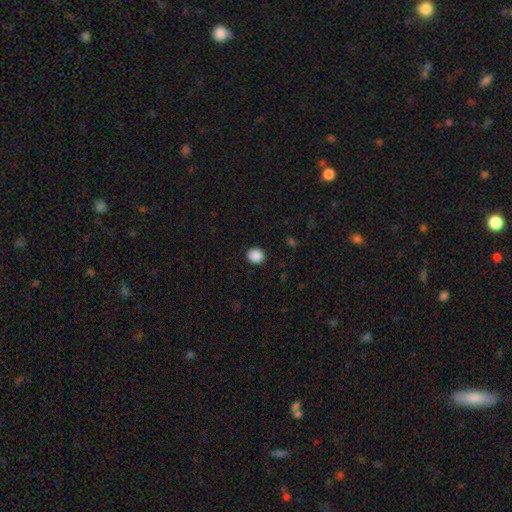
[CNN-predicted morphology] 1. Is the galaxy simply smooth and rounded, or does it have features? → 89% smooth, 9% star or artifact, 2% featured or disk.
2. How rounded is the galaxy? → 78% round, 21% in between, 1% cigar-shaped.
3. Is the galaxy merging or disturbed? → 91% none, 6% minor disturbance, 2% major disturbance, 1% merger.